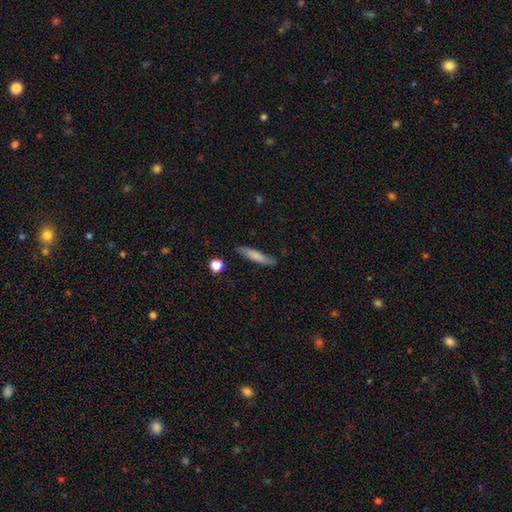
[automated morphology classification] Smooth or featured?
  - smooth: 69% *
  - featured or disk: 24%
  - star or artifact: 7%
How rounded?
  - cigar-shaped: 86% *
  - in between: 12%
  - round: 2%
Merging?
  - none: 79% *
  - minor disturbance: 16%
  - major disturbance: 3%
  - merger: 2%